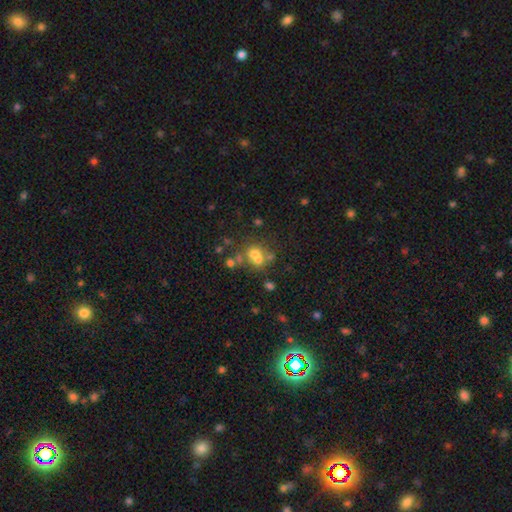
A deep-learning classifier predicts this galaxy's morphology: This is possibly a smooth galaxy (57%). How rounded: likely round (73%). Merging: possibly merger (47%).